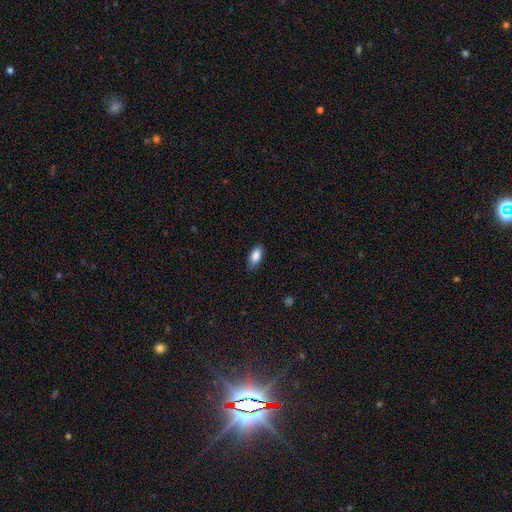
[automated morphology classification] Smooth or featured?
  - smooth: 87% *
  - star or artifact: 7%
  - featured or disk: 6%
How rounded?
  - in between: 90% *
  - cigar-shaped: 7%
  - round: 3%
Merging?
  - none: 82% *
  - minor disturbance: 15%
  - major disturbance: 3%
  - merger: 1%